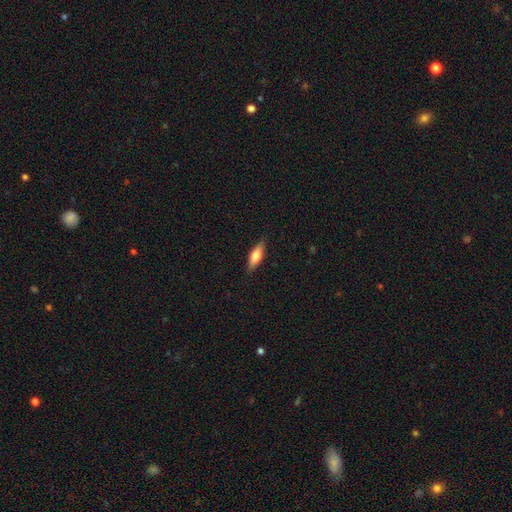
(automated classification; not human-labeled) A smooth galaxy with no disk features (61%) that is in between round and cigar-shaped (53%). Merging: none (86%).